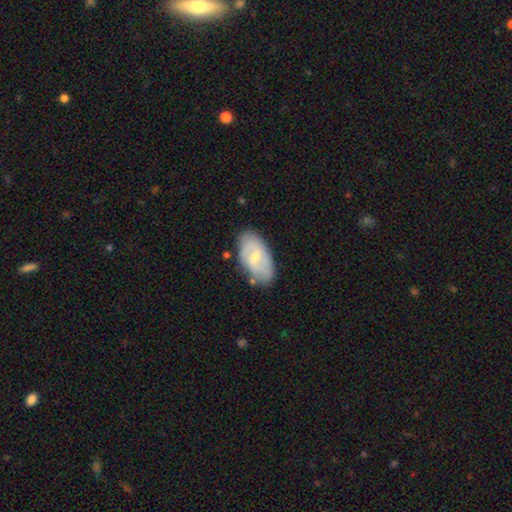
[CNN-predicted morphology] Smooth or featured? Predicted: featured or disk (p=0.56). Edge-on disk? Predicted: no (p=0.95). Bar? Predicted: weak (p=0.54). Spiral arms? Predicted: yes (p=0.77). Bulge size? Predicted: small (p=0.53). Merging? Predicted: none (p=0.74).